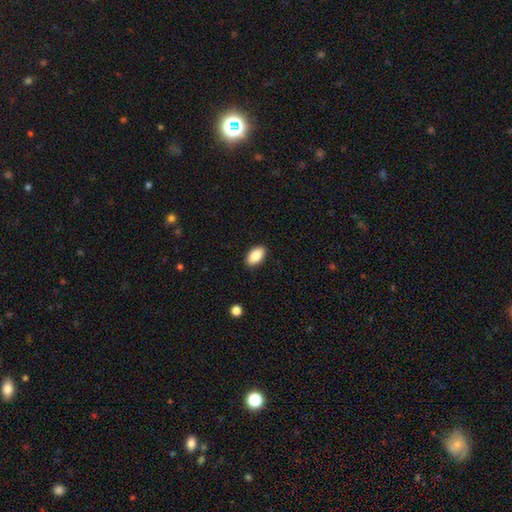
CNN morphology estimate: Smooth or featured: smooth — 86% (star or artifact — 7%)
How rounded: in between — 94% (round — 4%)
Merging: none — 90% (minor disturbance — 7%)